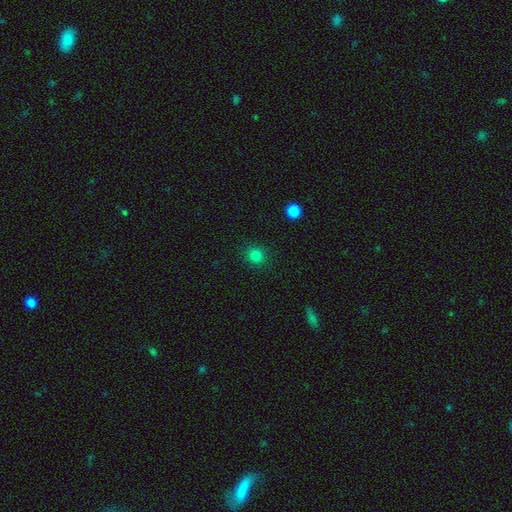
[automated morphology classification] smooth 81%, star or artifact 14%, featured or disk 4%. Down the decision tree: how rounded — round (91%); merging — none (91%).